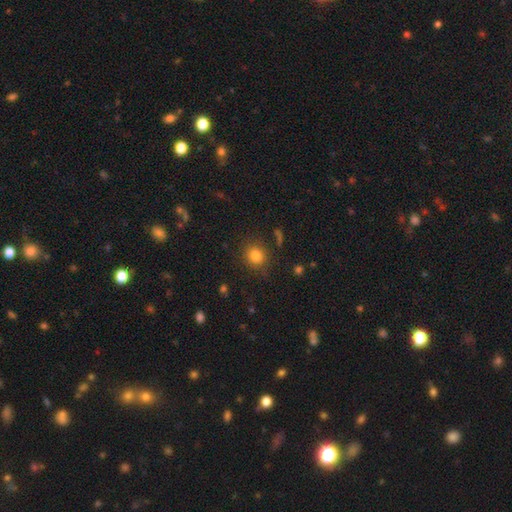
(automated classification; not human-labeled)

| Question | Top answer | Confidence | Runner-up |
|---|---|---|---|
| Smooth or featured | smooth | 81% | star or artifact (13%) |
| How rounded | round | 84% | in between (15%) |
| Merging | none | 86% | minor disturbance (9%) |